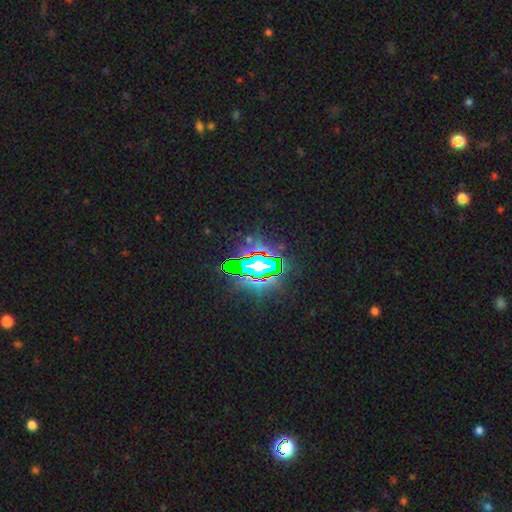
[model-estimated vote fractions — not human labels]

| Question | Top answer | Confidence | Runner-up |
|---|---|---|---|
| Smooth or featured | star or artifact | 84% | smooth (9%) |